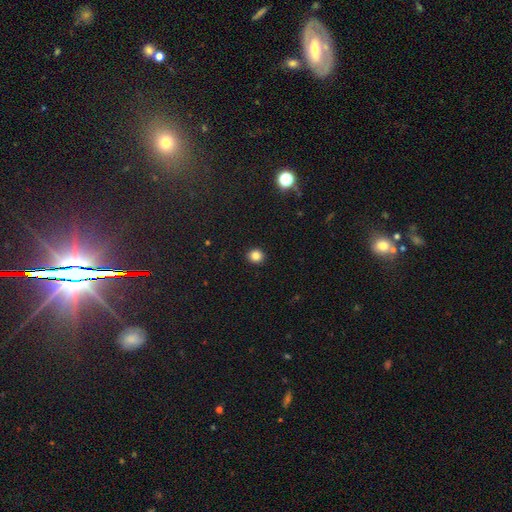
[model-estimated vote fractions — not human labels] This appears to be a smooth galaxy with no disk features (84%) that is round (87%). Merging: none (93%).